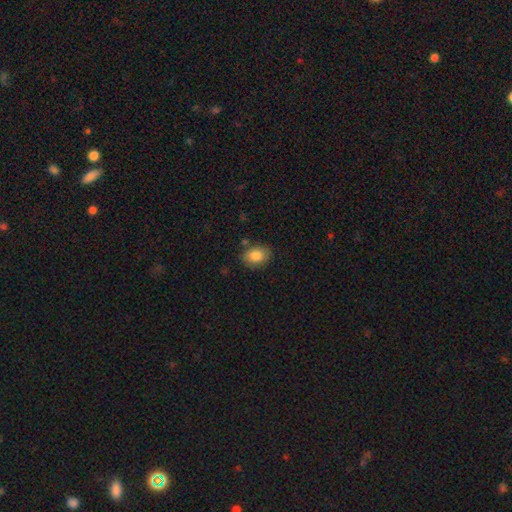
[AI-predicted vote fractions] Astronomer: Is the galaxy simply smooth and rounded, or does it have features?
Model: smooth — 84%.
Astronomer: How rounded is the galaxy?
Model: in between — 71%.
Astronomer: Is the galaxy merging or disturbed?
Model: none — 81%.